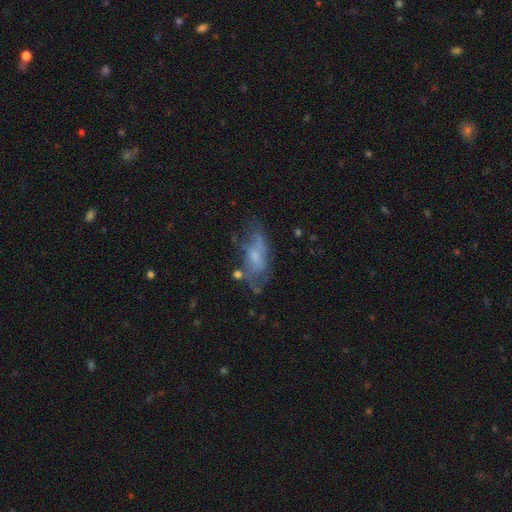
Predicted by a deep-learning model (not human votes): smooth-or-featured: featured or disk: 59% | smooth: 32% | star or artifact: 10%
  disk-edge-on: no: 87% | yes: 13%
    bar: no: 66% | weak: 28% | strong: 6%
    has-spiral-arms: yes: 55% | no: 45%
    bulge-size: small: 46% | moderate: 30% | none: 18% | large: 4% | dominant: 1%
  merging: none: 48% | minor disturbance: 24% | major disturbance: 21% | merger: 7%